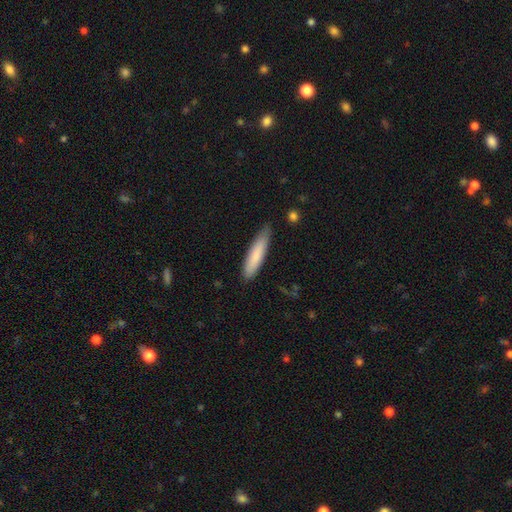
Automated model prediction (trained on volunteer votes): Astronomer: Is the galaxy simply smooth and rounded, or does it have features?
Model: smooth — 82%.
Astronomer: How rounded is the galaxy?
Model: cigar-shaped — 79%.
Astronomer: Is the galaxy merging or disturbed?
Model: none — 79%.